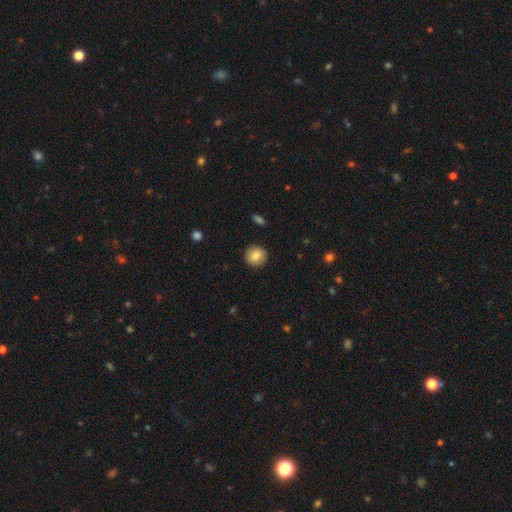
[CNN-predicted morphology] The model was most divided on "smooth or featured": smooth: 82%, featured or disk: 10%, star or artifact: 8%. More confident: merging — none (90%); how rounded — round (88%).